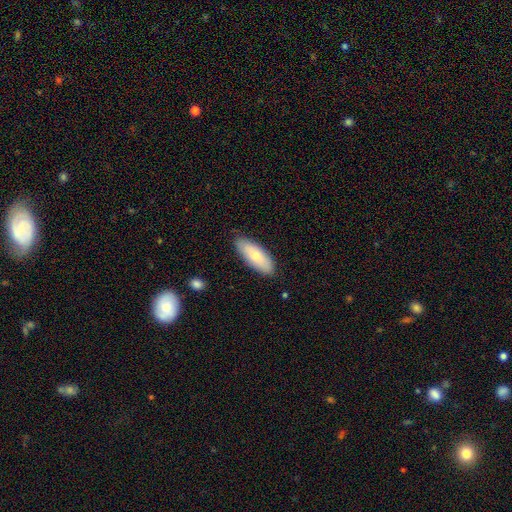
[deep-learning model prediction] A smooth galaxy with no disk features (73%) that is in between round and cigar-shaped (74%).

Vote fractions:
- Smooth or featured? smooth: 73% / featured or disk: 21% / star or artifact: 6%
- How rounded? in between: 74% / cigar-shaped: 24% / round: 2%
- Merging? none: 84% / minor disturbance: 13% / major disturbance: 2% / merger: 1%